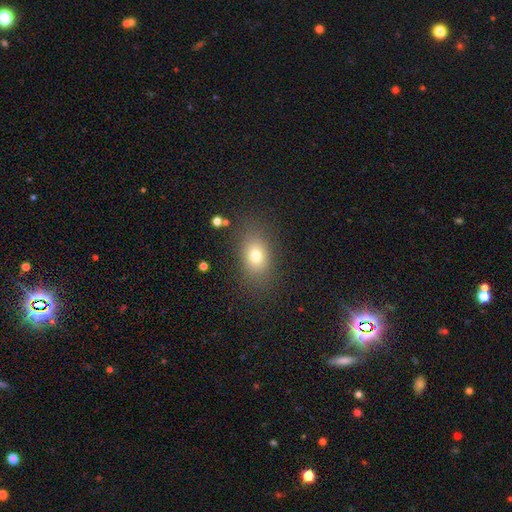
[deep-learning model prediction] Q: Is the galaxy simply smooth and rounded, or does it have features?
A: smooth — 75%.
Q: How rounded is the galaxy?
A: in between — 72%.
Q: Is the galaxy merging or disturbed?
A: none — 82%.